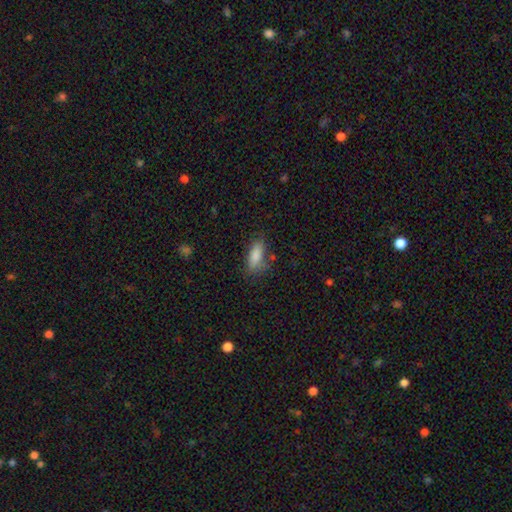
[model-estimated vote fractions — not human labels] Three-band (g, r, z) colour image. It shows a smooth galaxy with no disk features (84%) that is in between round and cigar-shaped (75%). Merging: none (69%).